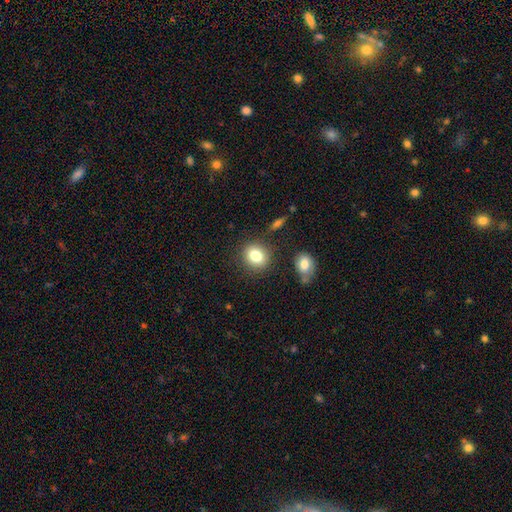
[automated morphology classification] type=smooth (81%); roundness=round (69%); merging=none (83%).